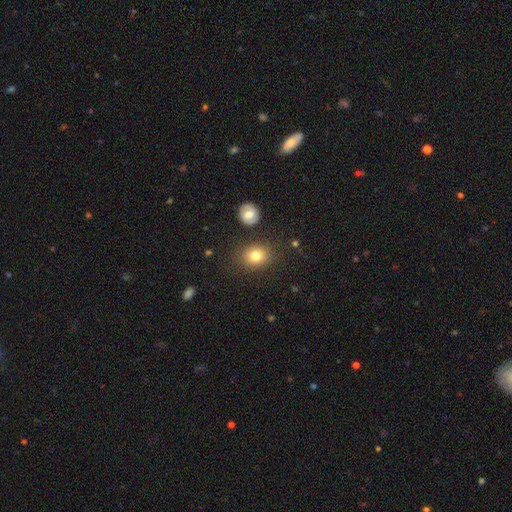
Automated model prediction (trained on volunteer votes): Morphology: type=smooth (78%); roundness=round (59%); merging=none (82%).